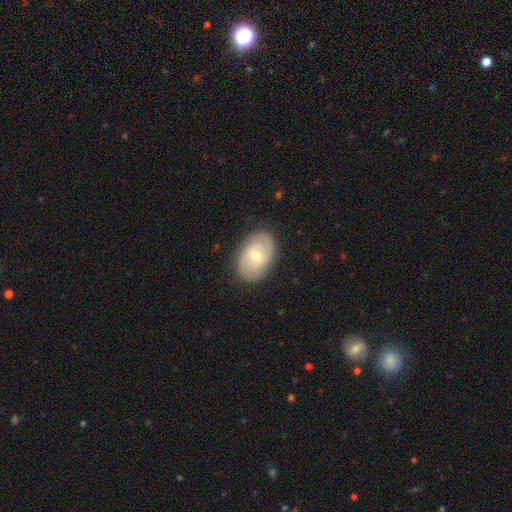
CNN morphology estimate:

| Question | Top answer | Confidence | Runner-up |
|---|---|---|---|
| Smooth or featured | featured or disk | 56% | smooth (38%) |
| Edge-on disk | no | 95% | yes (5%) |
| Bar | no | 48% | weak (43%) |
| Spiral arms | yes | 77% | no (23%) |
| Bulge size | small | 50% | moderate (47%) |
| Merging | none | 84% | minor disturbance (12%) |